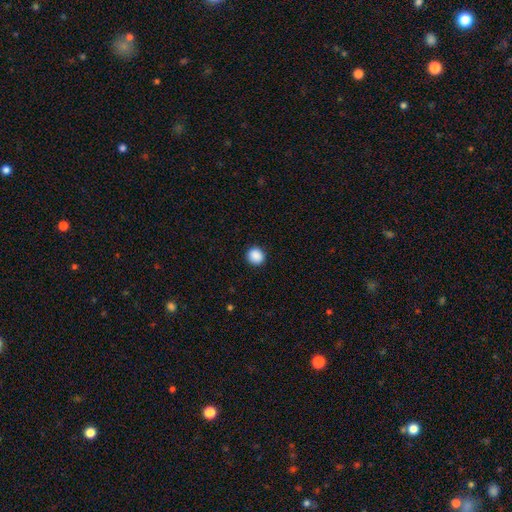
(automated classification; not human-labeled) smooth 89%, star or artifact 9%, featured or disk 2%. Down the decision tree: how rounded — round (91%); merging — none (92%).